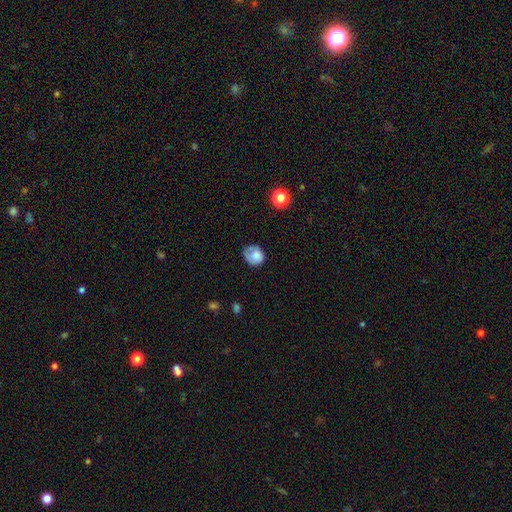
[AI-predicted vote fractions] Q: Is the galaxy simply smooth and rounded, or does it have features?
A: smooth — 73%.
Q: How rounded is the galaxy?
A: round — 63%.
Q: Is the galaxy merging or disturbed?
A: none — 52%.